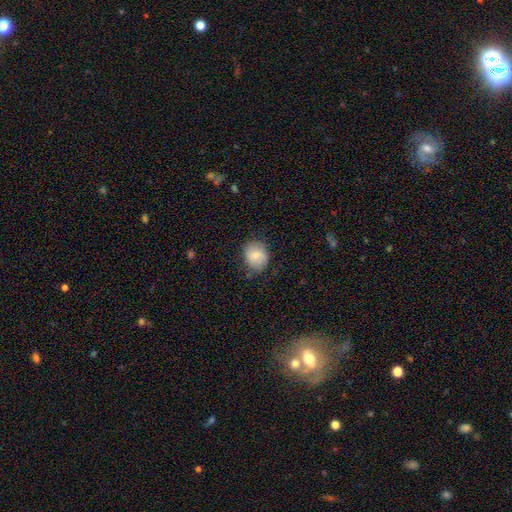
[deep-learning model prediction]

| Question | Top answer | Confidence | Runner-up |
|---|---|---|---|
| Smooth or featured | smooth | 75% | featured or disk (17%) |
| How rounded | round | 60% | in between (40%) |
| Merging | none | 70% | minor disturbance (23%) |